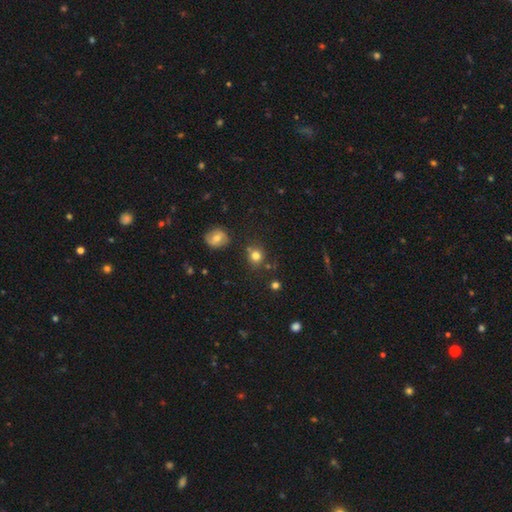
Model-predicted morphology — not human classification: Smooth or featured?
  - smooth: 78% *
  - star or artifact: 14%
  - featured or disk: 8%
How rounded?
  - round: 83% *
  - in between: 16%
  - cigar-shaped: 1%
Merging?
  - none: 76% *
  - minor disturbance: 12%
  - merger: 9%
  - major disturbance: 3%